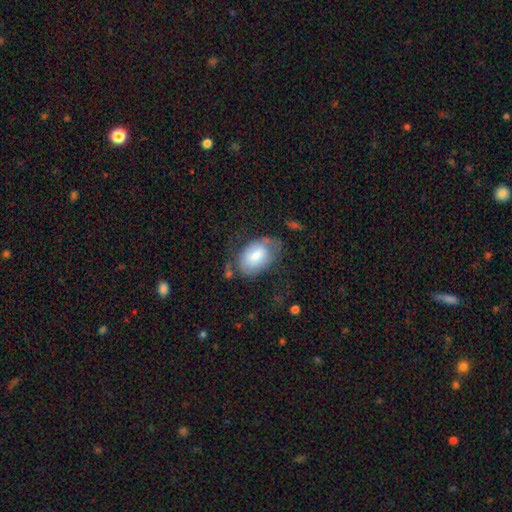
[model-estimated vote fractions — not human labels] Q: Smooth or featured?
A: smooth (69%); runner-up: featured or disk (24%)
Q: How rounded?
A: in between (87%); runner-up: round (11%)
Q: Merging?
A: none (48%); runner-up: minor disturbance (28%)